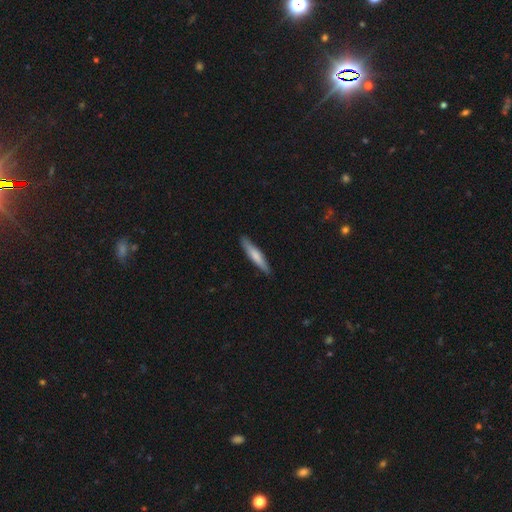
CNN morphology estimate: The model was most divided on "smooth or featured": smooth: 69%, featured or disk: 26%, star or artifact: 5%. More confident: how rounded — cigar-shaped (89%); merging — none (89%).